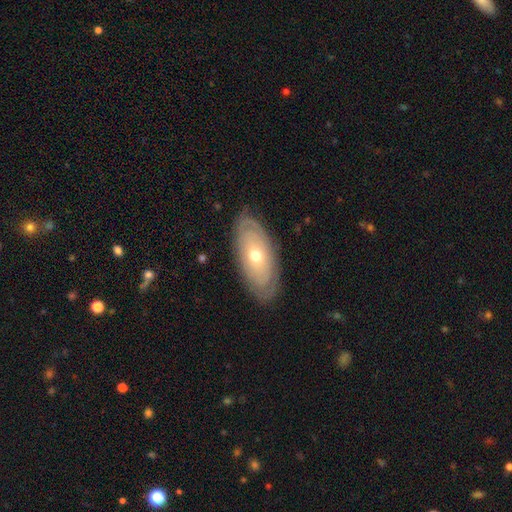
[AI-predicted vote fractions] featured or disk 63%, smooth 31%, star or artifact 6%. Down the decision tree: edge-on disk — no (84%); bar — no (88%); spiral arms — yes (51%); bulge size — moderate (56%); merging — none (84%).